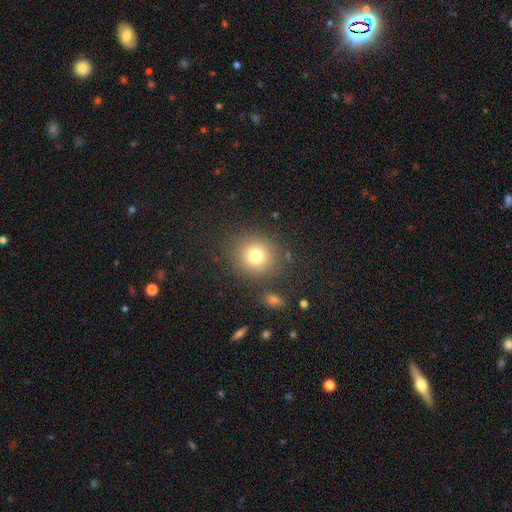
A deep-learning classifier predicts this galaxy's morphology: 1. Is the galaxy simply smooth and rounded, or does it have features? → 77% smooth, 14% star or artifact, 10% featured or disk.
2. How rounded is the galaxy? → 86% round, 13% in between, 1% cigar-shaped.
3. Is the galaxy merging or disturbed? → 84% none, 9% minor disturbance, 4% major disturbance, 4% merger.